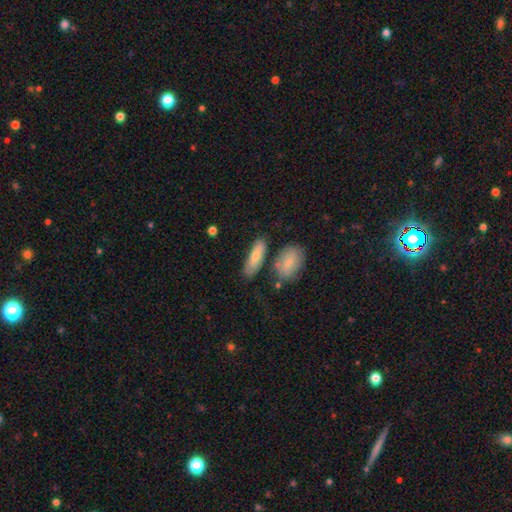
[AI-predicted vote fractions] Smooth or featured? Predicted: smooth (p=0.70). How rounded? Predicted: in between (p=0.59). Merging? Predicted: none (p=0.67).